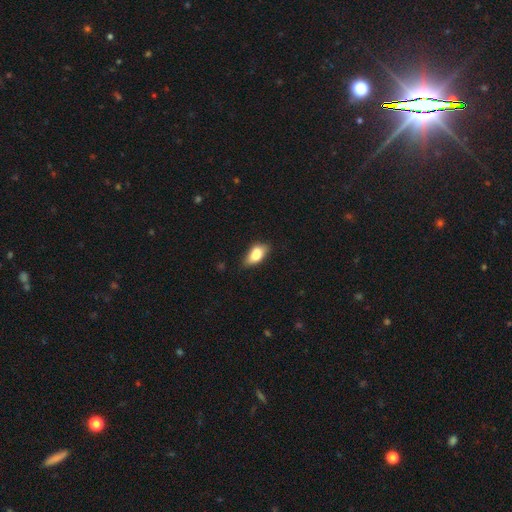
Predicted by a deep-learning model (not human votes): Smooth or featured?
  - smooth: 80% *
  - featured or disk: 12%
  - star or artifact: 8%
How rounded?
  - in between: 88% *
  - round: 6%
  - cigar-shaped: 6%
Merging?
  - none: 59% *
  - minor disturbance: 30%
  - major disturbance: 7%
  - merger: 4%